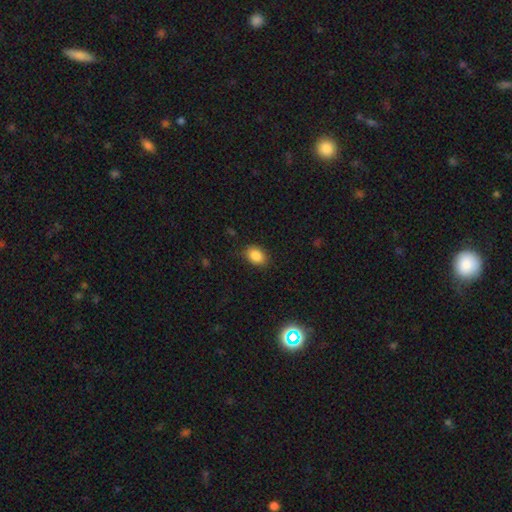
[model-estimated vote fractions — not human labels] Smooth or featured: smooth — 86% (star or artifact — 9%)
How rounded: in between — 75% (round — 24%)
Merging: none — 83% (minor disturbance — 13%)